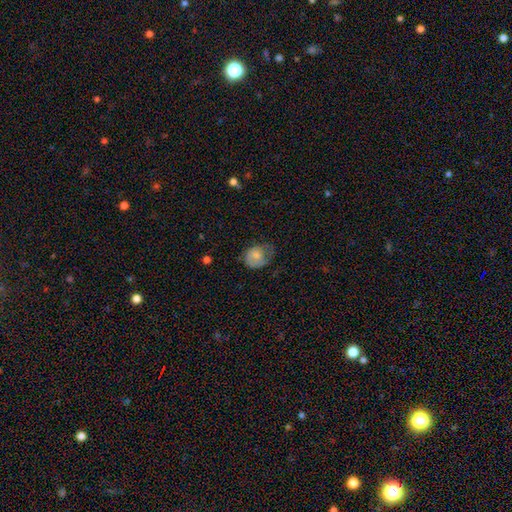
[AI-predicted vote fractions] smooth_or_featured: smooth (p=0.65) [alt: featured or disk p=0.28]
how_rounded: in between (p=0.52) [alt: round p=0.47]
merging: minor disturbance (p=0.36) [tied with: none p=0.36]